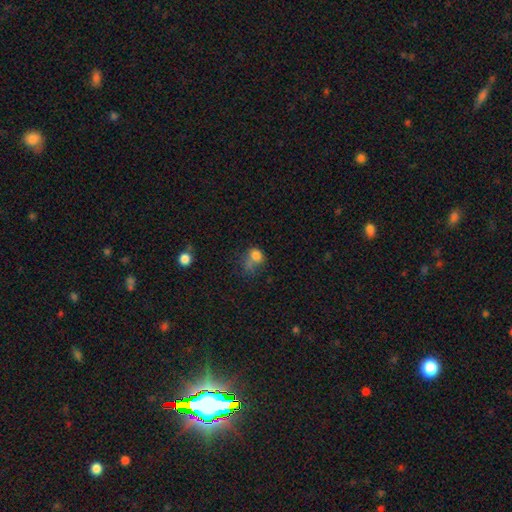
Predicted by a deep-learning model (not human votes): A smooth galaxy with no disk features (74%) that is round (55%). Merging: major disturbance (31%).